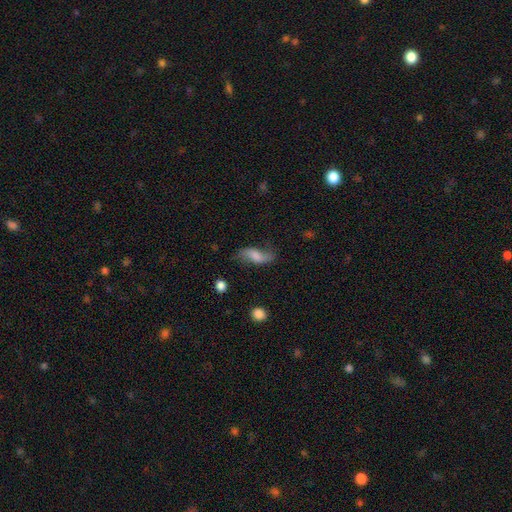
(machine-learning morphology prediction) The model was most divided on "smooth or featured": smooth: 49%, featured or disk: 43%, star or artifact: 9%. More confident: merging — none (60%).